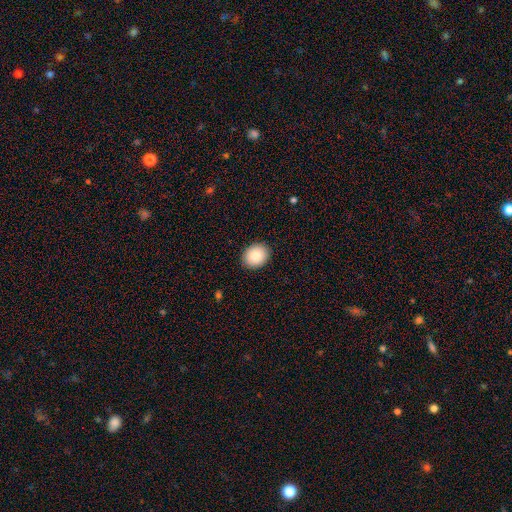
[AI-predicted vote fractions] smooth_or_featured: smooth (p=0.85) [alt: star or artifact p=0.08]
how_rounded: round (p=0.61) [alt: in between p=0.38]
merging: none (p=0.91) [alt: minor disturbance p=0.07]